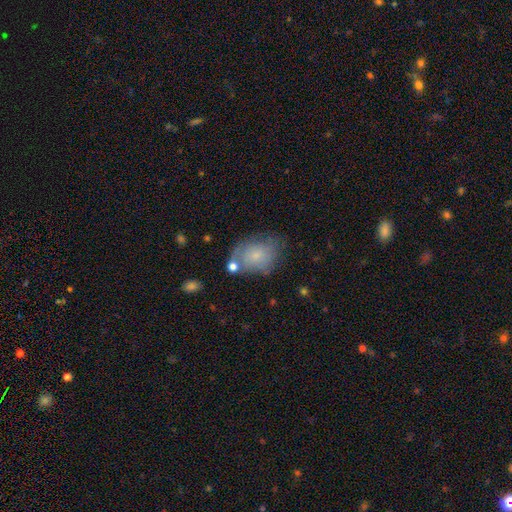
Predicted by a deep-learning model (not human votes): smooth_or_featured: smooth (p=0.70) [alt: featured or disk p=0.22]
how_rounded: in between (p=0.71) [alt: round p=0.27]
merging: none (p=0.52) [alt: minor disturbance p=0.28]